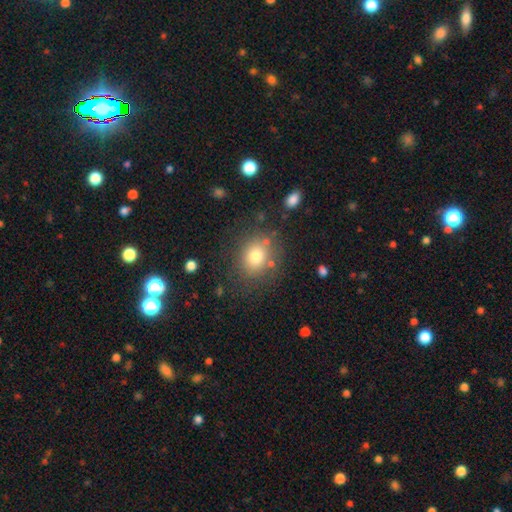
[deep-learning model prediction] A smooth galaxy with no disk features (73%) that is round (68%).

Vote fractions:
- Smooth or featured? smooth: 73% / star or artifact: 16% / featured or disk: 10%
- How rounded? round: 68% / in between: 31% / cigar-shaped: 1%
- Merging? none: 80% / minor disturbance: 11% / merger: 5% / major disturbance: 4%